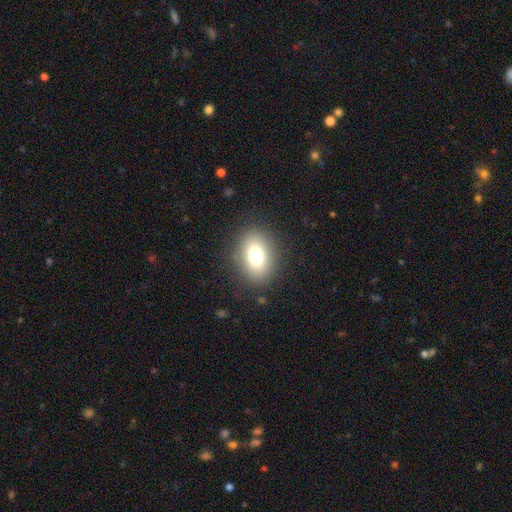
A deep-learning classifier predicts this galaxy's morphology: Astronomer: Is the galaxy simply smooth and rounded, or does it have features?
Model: smooth — 79%.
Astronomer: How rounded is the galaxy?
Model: in between — 78%.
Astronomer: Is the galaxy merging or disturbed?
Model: none — 86%.